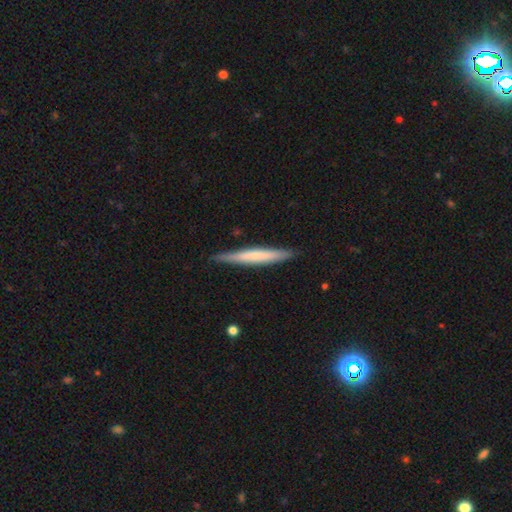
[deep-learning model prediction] Smooth or featured? smooth (57%)
How rounded? cigar-shaped (96%)
Merging? none (88%)